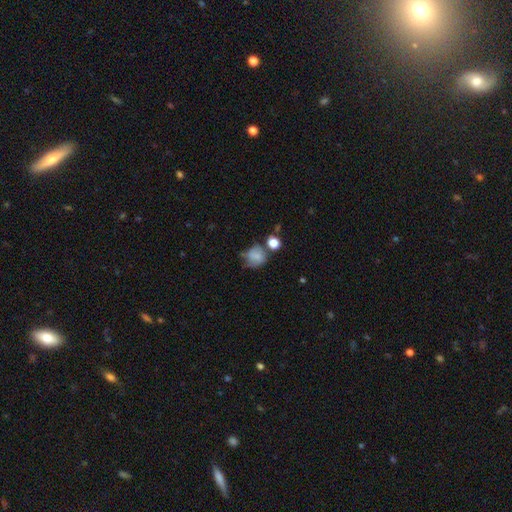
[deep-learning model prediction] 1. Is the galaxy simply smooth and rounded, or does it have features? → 72% smooth, 17% featured or disk, 12% star or artifact.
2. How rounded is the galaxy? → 73% round, 26% in between, 1% cigar-shaped.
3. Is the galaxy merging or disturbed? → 45% none, 26% minor disturbance, 15% merger, 14% major disturbance.